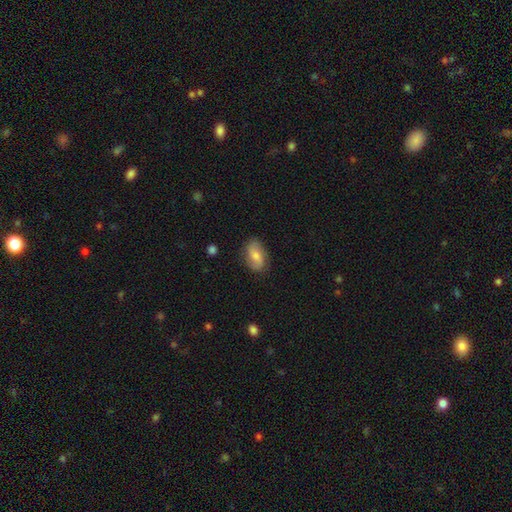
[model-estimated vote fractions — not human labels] smooth 62%, featured or disk 30%, star or artifact 7%. Down the decision tree: how rounded — in between (88%); merging — none (80%).